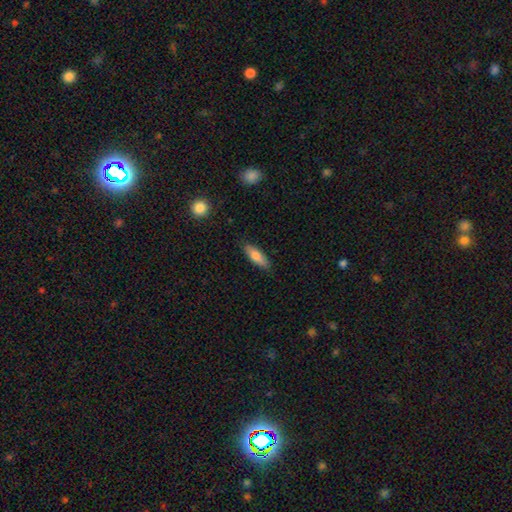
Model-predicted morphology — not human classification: Q: Smooth or featured?
A: smooth (77%); runner-up: featured or disk (16%)
Q: How rounded?
A: in between (51%); runner-up: cigar-shaped (47%)
Q: Merging?
A: none (85%); runner-up: minor disturbance (11%)